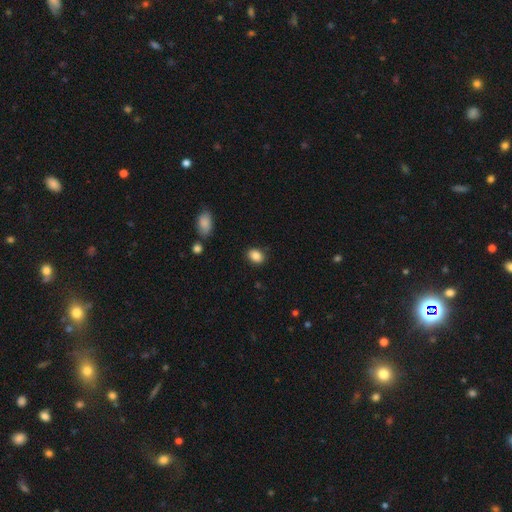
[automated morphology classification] Smooth or featured?
  - smooth: 87% *
  - star or artifact: 9%
  - featured or disk: 5%
How rounded?
  - in between: 70% *
  - round: 29%
  - cigar-shaped: 1%
Merging?
  - none: 84% *
  - minor disturbance: 11%
  - major disturbance: 3%
  - merger: 2%